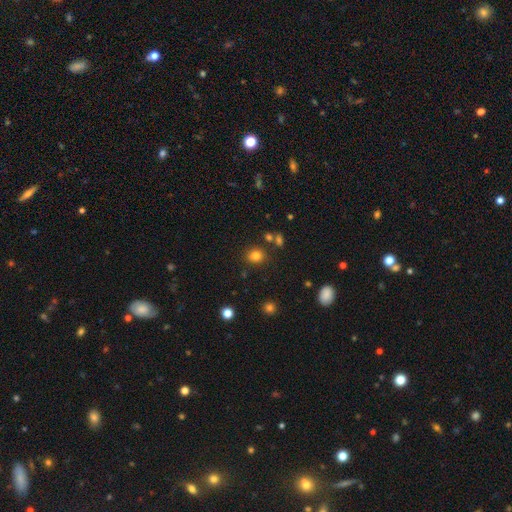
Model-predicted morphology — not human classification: This is likely a smooth galaxy (80%). How rounded: likely round (77%). Merging: clearly none (81%).